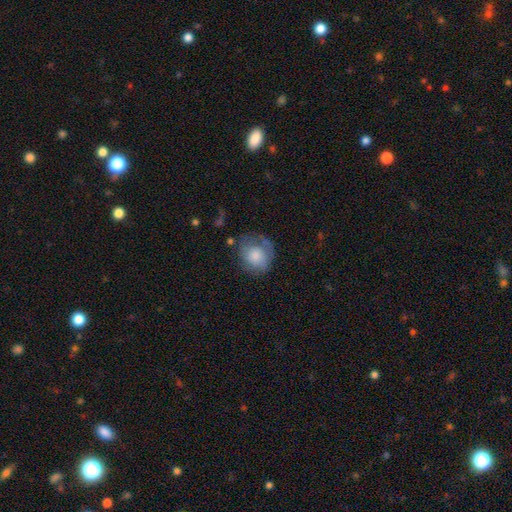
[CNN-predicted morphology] smooth-or-featured: smooth: 71% | featured or disk: 22% | star or artifact: 7%
  how-rounded: round: 70% | in between: 29% | cigar-shaped: 1%
  merging: none: 46% | minor disturbance: 30% | major disturbance: 20% | merger: 4%